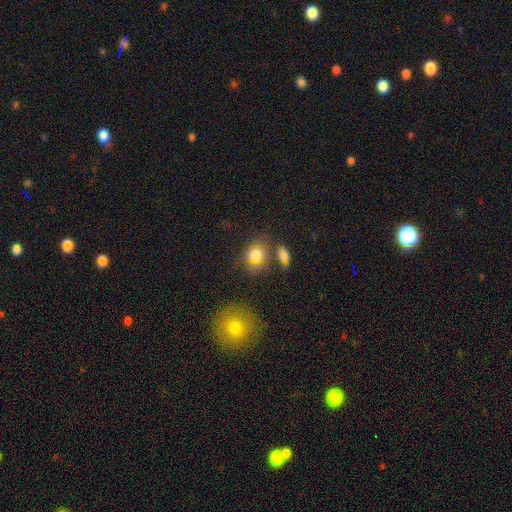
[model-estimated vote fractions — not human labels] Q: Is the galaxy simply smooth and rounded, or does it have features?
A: smooth — 68%.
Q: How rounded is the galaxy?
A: round — 59%.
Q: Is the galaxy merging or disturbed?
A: none — 56%.